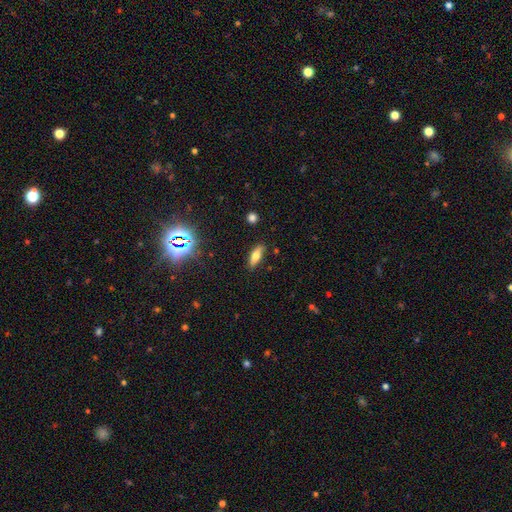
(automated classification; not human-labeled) A smooth galaxy with no disk features (67%) that is in between round and cigar-shaped (63%). Merging: none (86%).